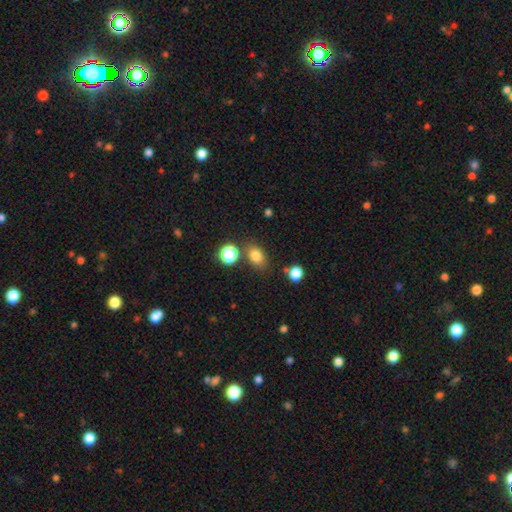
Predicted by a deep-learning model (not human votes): Overall: smooth (81%). How rounded: in between (70%). Merging: none (75%).